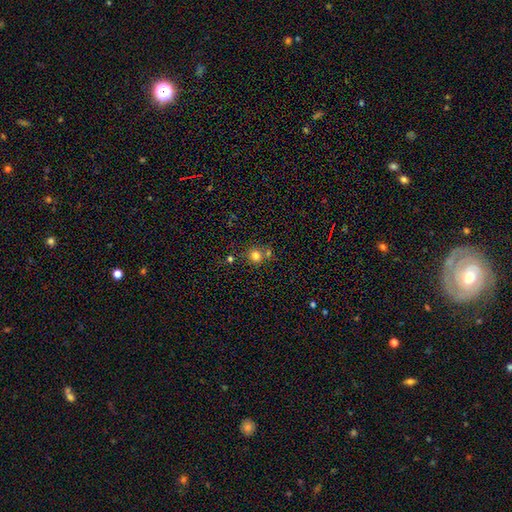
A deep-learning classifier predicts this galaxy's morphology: Q: Smooth or featured?
A: smooth (79%); runner-up: star or artifact (15%)
Q: How rounded?
A: round (90%); runner-up: in between (9%)
Q: Merging?
A: none (68%); runner-up: merger (21%)